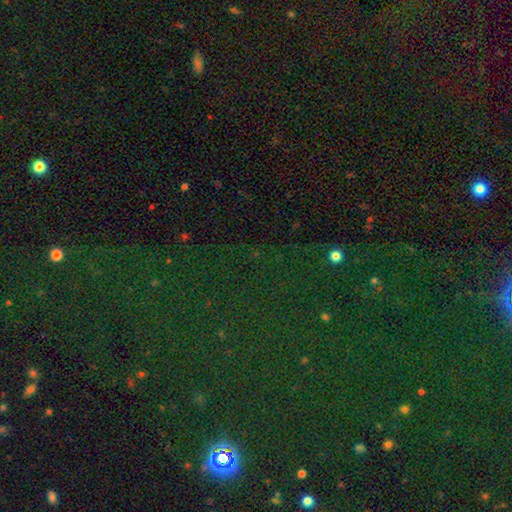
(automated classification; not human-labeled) This is clearly a star or artifact rather than a galaxy (80%).